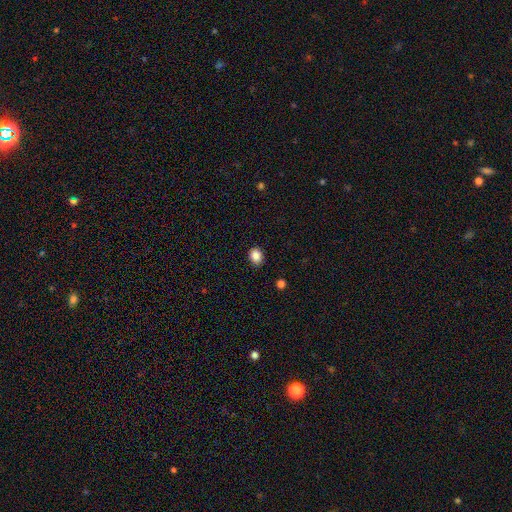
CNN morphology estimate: Q: Smooth or featured?
A: smooth (86%); runner-up: star or artifact (9%)
Q: How rounded?
A: round (51%); runner-up: in between (48%)
Q: Merging?
A: none (89%); runner-up: minor disturbance (8%)